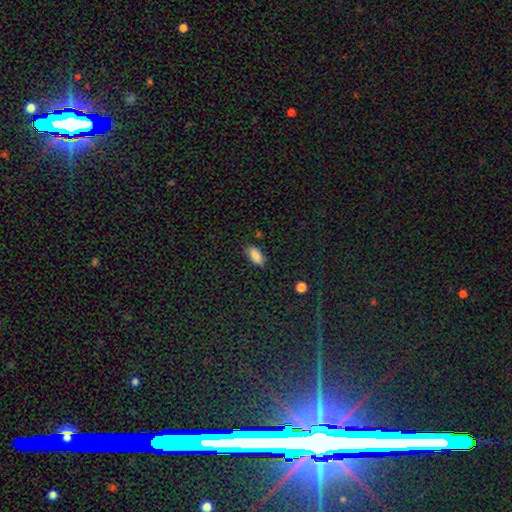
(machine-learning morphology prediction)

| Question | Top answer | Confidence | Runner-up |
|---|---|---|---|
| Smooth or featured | smooth | 87% | star or artifact (8%) |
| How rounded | in between | 90% | cigar-shaped (8%) |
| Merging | none | 85% | minor disturbance (11%) |